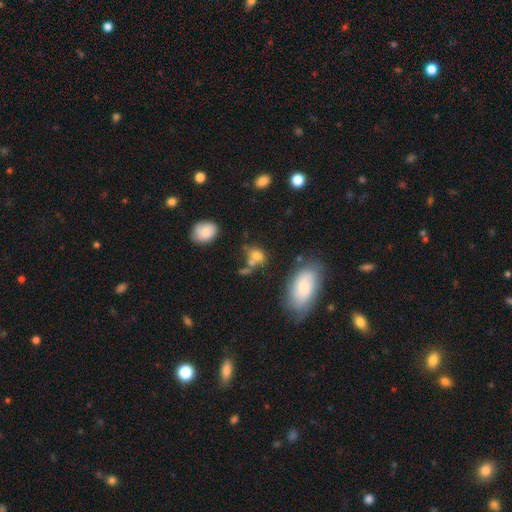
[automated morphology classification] smooth_or_featured: smooth (p=0.75) [alt: star or artifact p=0.14]
how_rounded: in between (p=0.49) [tied with: round p=0.49]
merging: none (p=0.44) [alt: merger p=0.32]